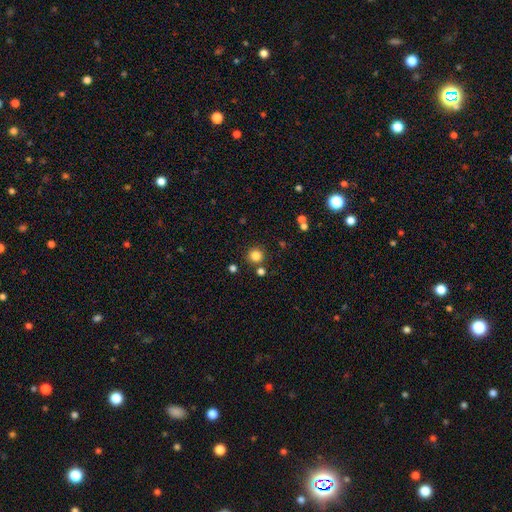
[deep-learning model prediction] smooth 83%, star or artifact 13%, featured or disk 5%. Down the decision tree: how rounded — round (94%); merging — none (84%).